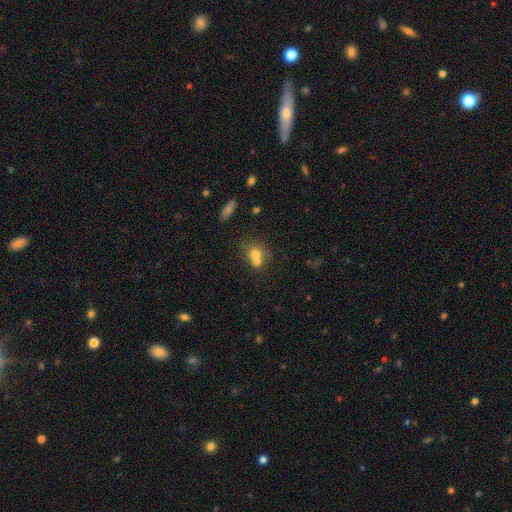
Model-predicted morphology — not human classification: smooth_or_featured: smooth (p=0.68) [alt: featured or disk p=0.20]
how_rounded: round (p=0.70) [alt: in between p=0.29]
merging: merger (p=0.58) [alt: none p=0.30]